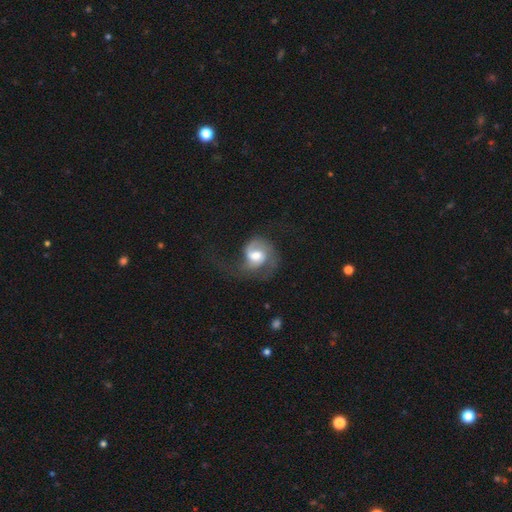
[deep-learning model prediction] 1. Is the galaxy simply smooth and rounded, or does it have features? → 71% featured or disk, 23% smooth, 6% star or artifact.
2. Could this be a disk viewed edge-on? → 98% no, 2% yes.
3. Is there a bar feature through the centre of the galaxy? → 49% no, 41% weak, 10% strong.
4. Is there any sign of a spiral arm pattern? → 91% yes, 9% no.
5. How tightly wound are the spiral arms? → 44% medium, 34% loose, 22% tight.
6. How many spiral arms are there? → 44% 1 (tied), 44% 2 (tied), 7% can't tell, 2% 3, 1% 4, 1% more than 4.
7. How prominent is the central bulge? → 57% moderate, 27% large, 11% small, 3% dominant, 3% none.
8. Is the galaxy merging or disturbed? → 39% none, 38% major disturbance, 21% minor disturbance, 2% merger.